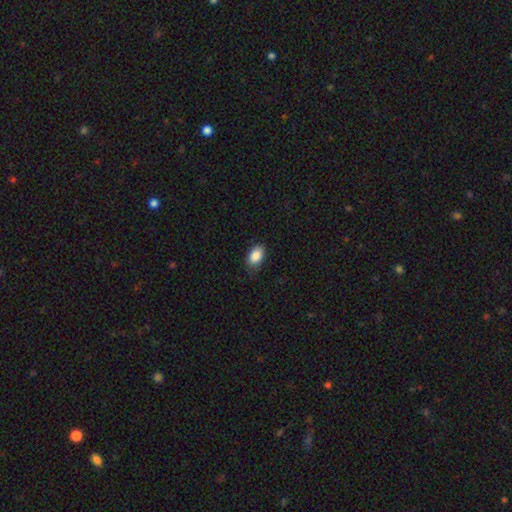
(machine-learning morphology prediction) Q: Smooth or featured?
A: smooth (88%); runner-up: star or artifact (7%)
Q: How rounded?
A: in between (90%); runner-up: round (8%)
Q: Merging?
A: none (77%); runner-up: minor disturbance (18%)